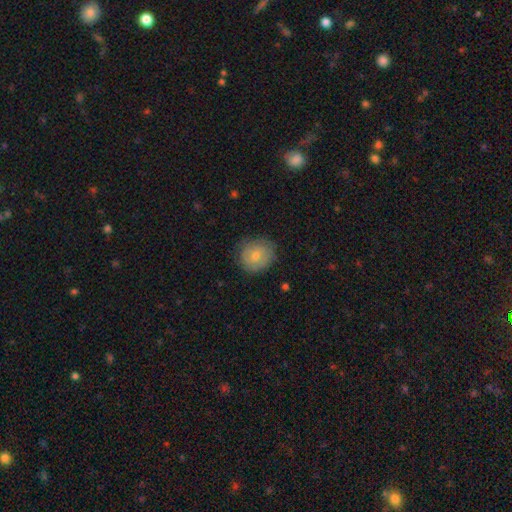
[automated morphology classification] Overall: smooth (72%). How rounded: round (79%). Merging: none (78%).